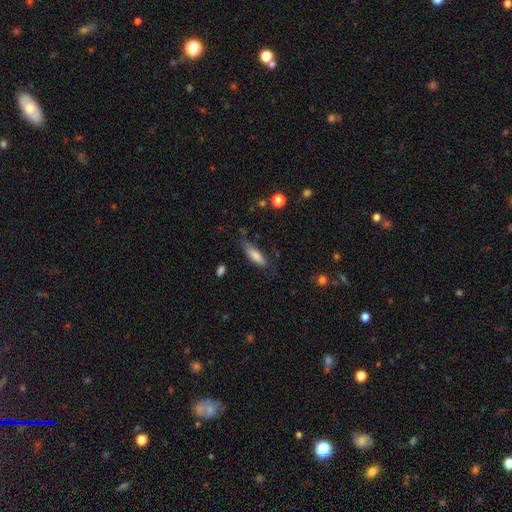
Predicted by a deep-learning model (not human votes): Smooth or featured?
  - smooth: 78% *
  - featured or disk: 15%
  - star or artifact: 7%
How rounded?
  - in between: 51% *
  - cigar-shaped: 47%
  - round: 2%
Merging?
  - none: 61% *
  - minor disturbance: 28%
  - major disturbance: 9%
  - merger: 3%